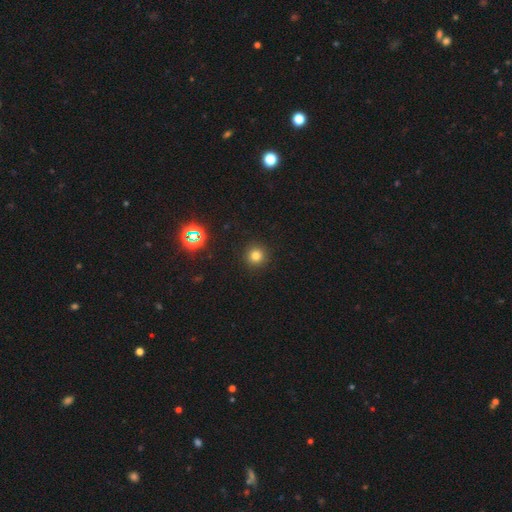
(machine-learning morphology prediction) A smooth galaxy with no disk features (78%) that is round (95%). Merging: none (92%).